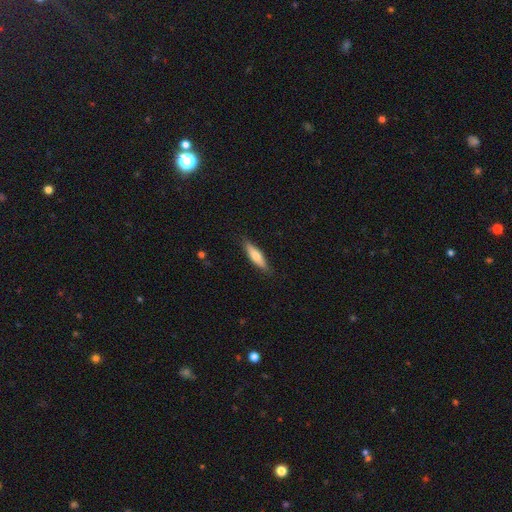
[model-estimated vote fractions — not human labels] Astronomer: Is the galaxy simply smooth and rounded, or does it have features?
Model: smooth — 65%.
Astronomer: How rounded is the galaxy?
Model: cigar-shaped — 66%.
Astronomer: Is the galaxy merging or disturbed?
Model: none — 86%.